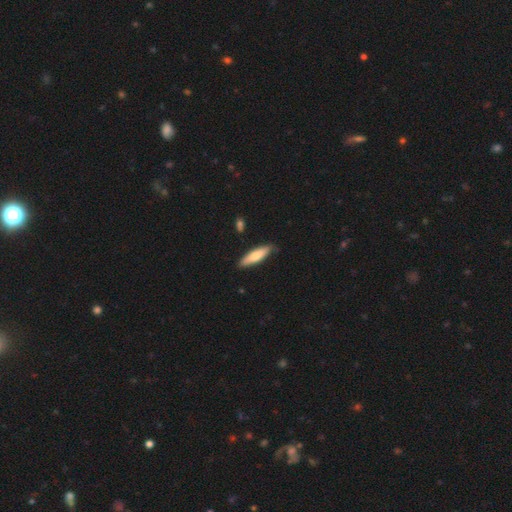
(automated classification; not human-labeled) smooth-or-featured: smooth: 75% | featured or disk: 20% | star or artifact: 5%
  how-rounded: cigar-shaped: 65% | in between: 33% | round: 1%
  merging: none: 82% | minor disturbance: 14% | major disturbance: 2% | merger: 2%